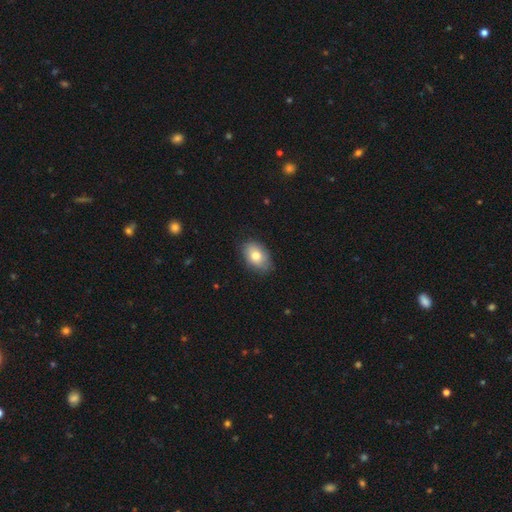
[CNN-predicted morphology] Q: Smooth or featured?
A: smooth (78%); runner-up: featured or disk (14%)
Q: How rounded?
A: in between (84%); runner-up: round (15%)
Q: Merging?
A: none (79%); runner-up: minor disturbance (17%)